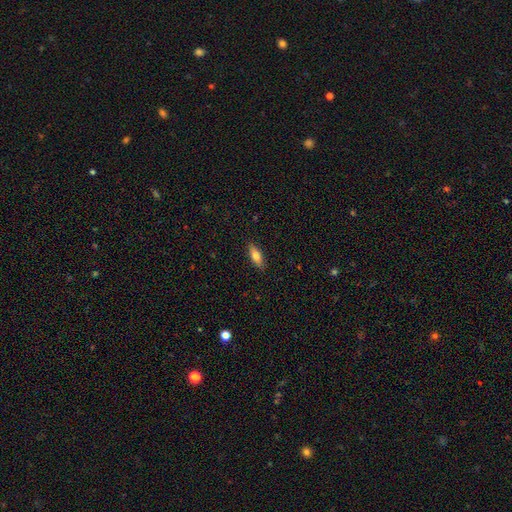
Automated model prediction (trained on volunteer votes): Q: Smooth or featured?
A: smooth (75%); runner-up: featured or disk (18%)
Q: How rounded?
A: in between (65%); runner-up: cigar-shaped (32%)
Q: Merging?
A: none (87%); runner-up: minor disturbance (9%)